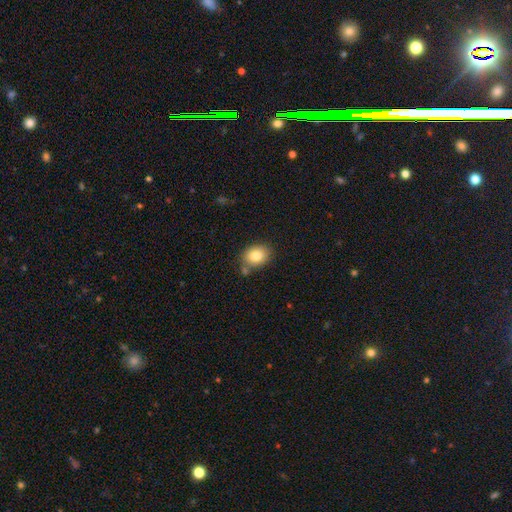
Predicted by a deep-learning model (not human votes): The model was most divided on "how rounded": in between: 59%, round: 40%, cigar-shaped: 1%. More confident: smooth or featured — smooth (84%); merging — none (70%).